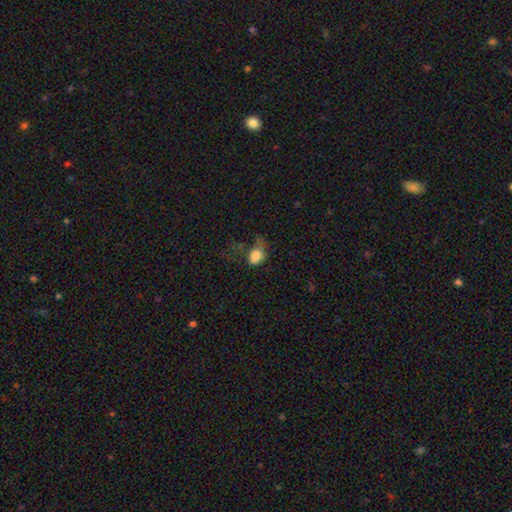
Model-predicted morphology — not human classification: This appears to be a smooth galaxy with no disk features (80%) that is in between round and cigar-shaped (66%). Merging: major disturbance (36%).